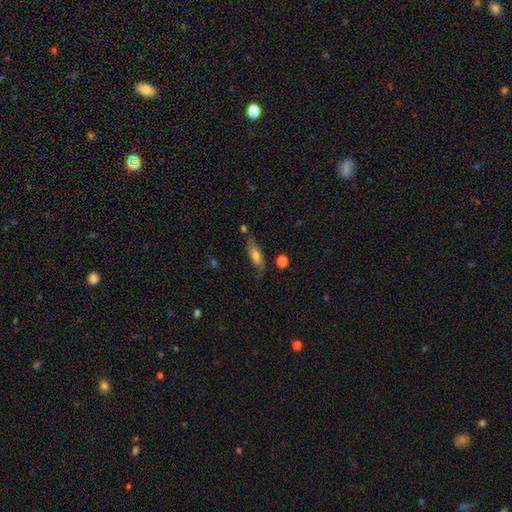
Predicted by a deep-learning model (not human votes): This is possibly a smooth galaxy (55%). How rounded: likely in between (65%). Merging: likely none (66%).